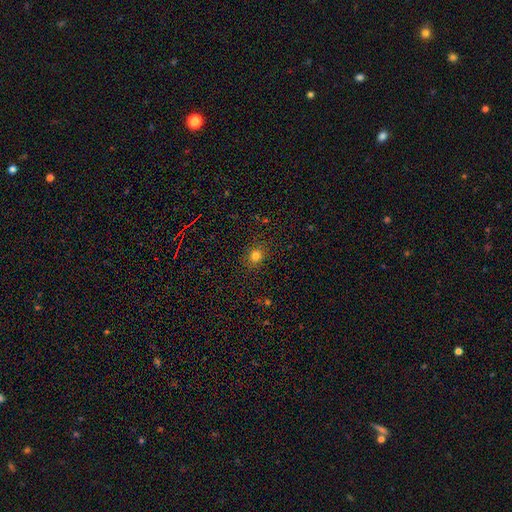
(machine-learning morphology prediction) A smooth galaxy with no disk features (79%) that is round (77%).

Vote fractions:
- Smooth or featured? smooth: 79% / star or artifact: 15% / featured or disk: 5%
- How rounded? round: 77% / in between: 22% / cigar-shaped: 1%
- Merging? none: 88% / minor disturbance: 8% / major disturbance: 3% / merger: 1%